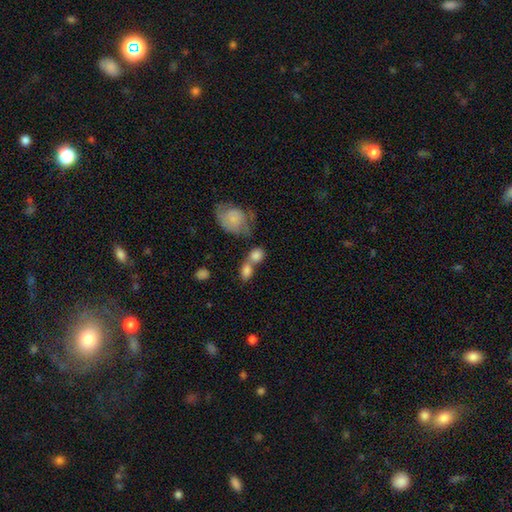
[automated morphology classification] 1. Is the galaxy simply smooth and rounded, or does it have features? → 78% smooth, 13% featured or disk, 9% star or artifact.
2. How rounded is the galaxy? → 56% in between, 41% round, 3% cigar-shaped.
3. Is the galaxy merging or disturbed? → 59% merger, 26% none, 9% minor disturbance, 6% major disturbance.